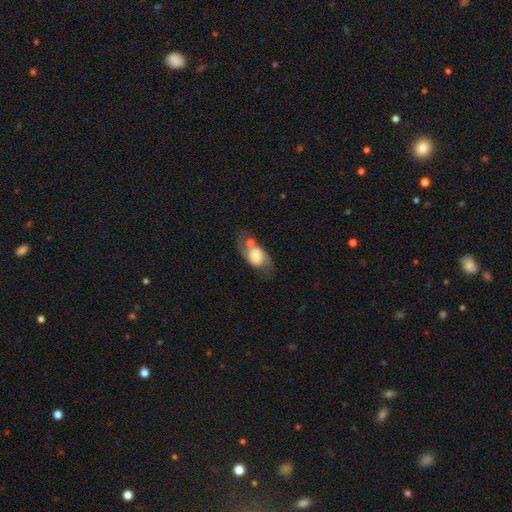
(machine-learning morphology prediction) This appears to be a featured or disk galaxy (47%). Merging: none (46%).